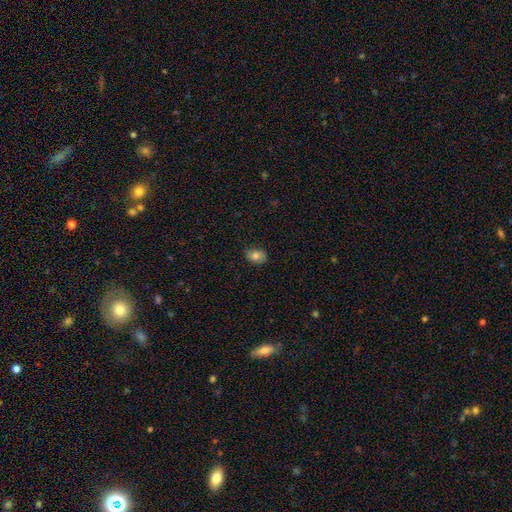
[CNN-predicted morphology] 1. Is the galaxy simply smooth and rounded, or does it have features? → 81% smooth, 10% featured or disk, 9% star or artifact.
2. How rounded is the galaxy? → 77% in between, 21% round, 1% cigar-shaped.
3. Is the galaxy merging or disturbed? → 79% none, 17% minor disturbance, 3% major disturbance, 1% merger.